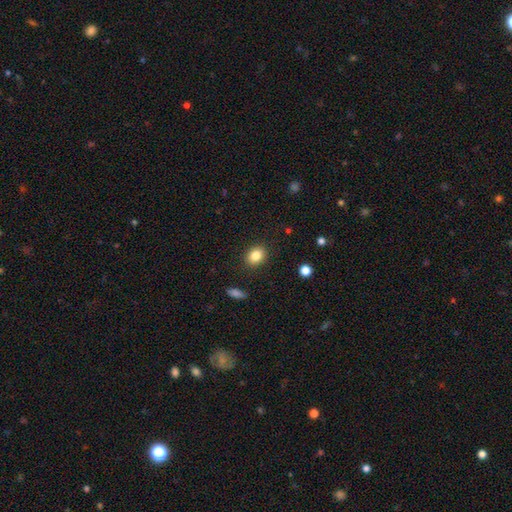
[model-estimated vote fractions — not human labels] Smooth or featured? Predicted: smooth (p=0.84). How rounded? Predicted: round (p=0.53). Merging? Predicted: none (p=0.89).